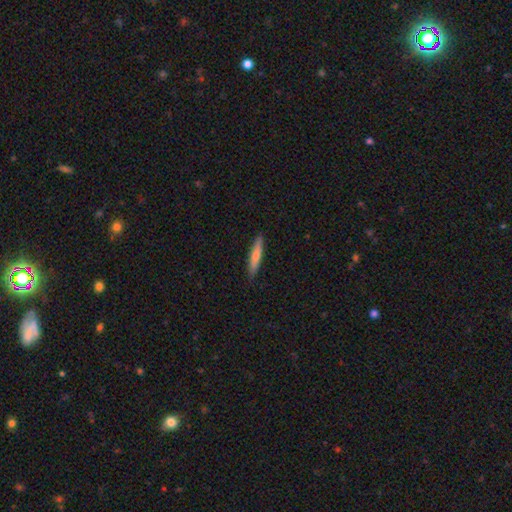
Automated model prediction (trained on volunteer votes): smooth_or_featured: smooth (p=0.70) [alt: featured or disk p=0.25]
how_rounded: cigar-shaped (p=0.90) [alt: in between p=0.08]
merging: none (p=0.90) [alt: minor disturbance p=0.08]